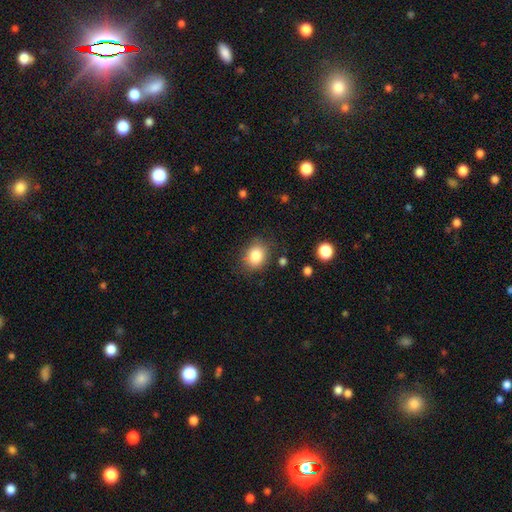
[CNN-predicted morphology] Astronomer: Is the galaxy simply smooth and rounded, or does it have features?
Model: smooth — 84%.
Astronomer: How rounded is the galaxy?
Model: round — 52% (runner-up: in between, 48%).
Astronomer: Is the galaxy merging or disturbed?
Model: none — 79%.